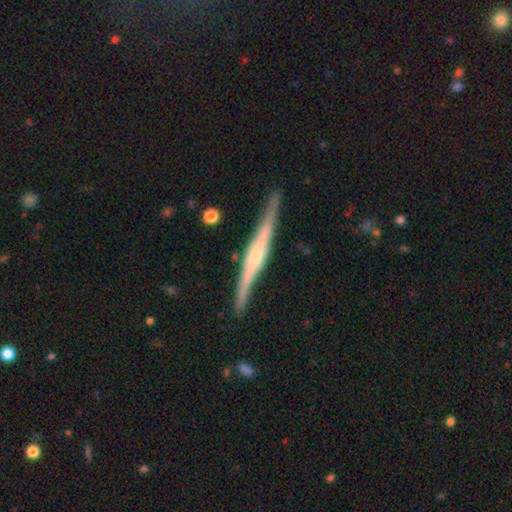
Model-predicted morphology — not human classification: A featured or disk galaxy (78%) viewed edge-on (98%) with a rounded central bulge (59%). Merging: none (87%).